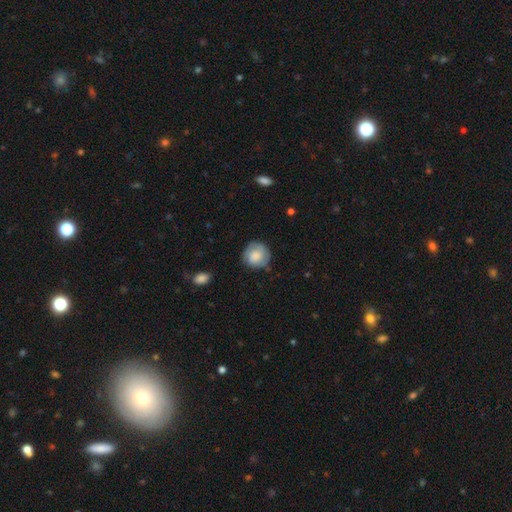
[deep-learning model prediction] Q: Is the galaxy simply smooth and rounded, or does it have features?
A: smooth — 65%.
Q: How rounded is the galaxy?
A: round — 87%.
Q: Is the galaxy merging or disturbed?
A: none — 73%.